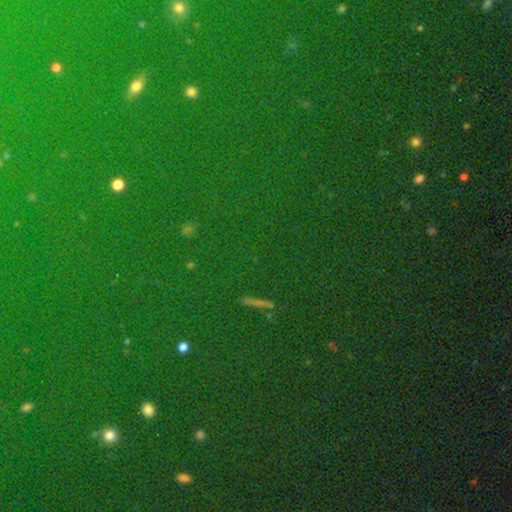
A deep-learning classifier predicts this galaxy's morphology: star or artifact 80%, smooth 11%, featured or disk 8%.